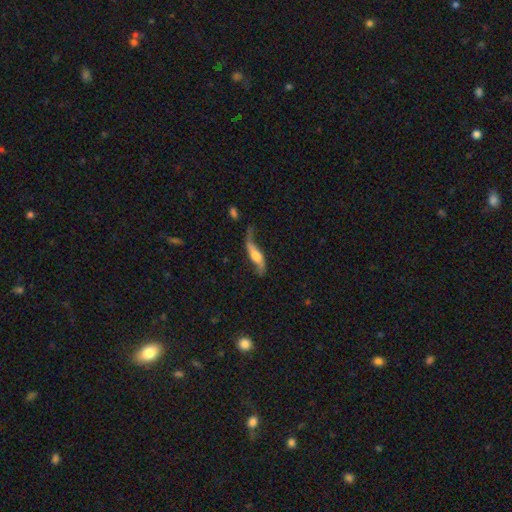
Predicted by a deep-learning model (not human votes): A featured or disk galaxy (69%).

Vote fractions:
- Smooth or featured? featured or disk: 69% / smooth: 24% / star or artifact: 7%
- Edge-on disk? no: 64% / yes: 36%
- Merging? none: 47% / minor disturbance: 26% / major disturbance: 22% / merger: 5%